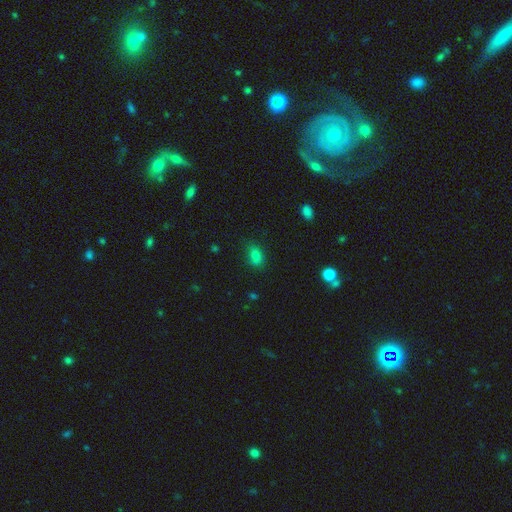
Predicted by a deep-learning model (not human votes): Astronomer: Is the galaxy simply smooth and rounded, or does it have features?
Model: smooth — 79%.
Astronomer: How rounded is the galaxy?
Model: in between — 80%.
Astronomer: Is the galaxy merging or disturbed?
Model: none — 78%.